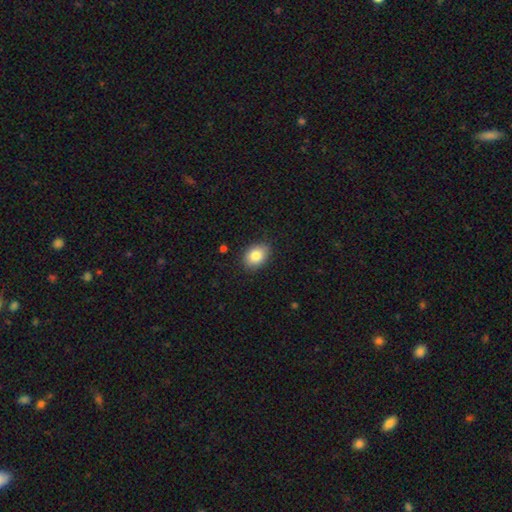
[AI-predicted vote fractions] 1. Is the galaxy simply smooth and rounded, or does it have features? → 84% smooth, 8% star or artifact, 8% featured or disk.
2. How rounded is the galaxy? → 73% in between, 26% round, 1% cigar-shaped.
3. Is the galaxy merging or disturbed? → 85% none, 12% minor disturbance, 2% major disturbance, 1% merger.